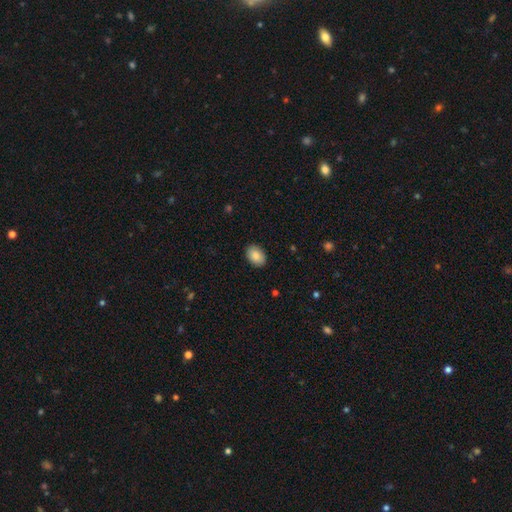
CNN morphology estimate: Smooth or featured? Predicted: smooth (p=0.87). How rounded? Predicted: in between (p=0.82). Merging? Predicted: none (p=0.89).